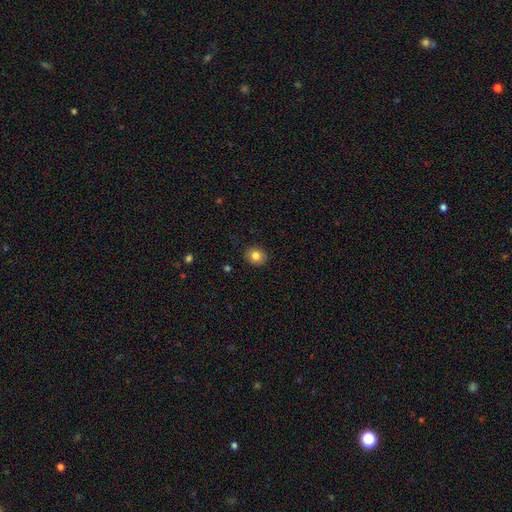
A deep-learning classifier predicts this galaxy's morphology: Overall: smooth (83%). How rounded: round (76%). Merging: none (89%).